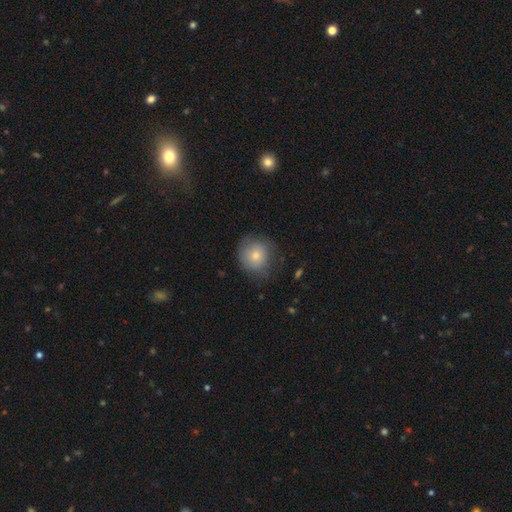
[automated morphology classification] Smooth or featured: smooth — 77% (featured or disk — 15%)
How rounded: round — 87% (in between — 12%)
Merging: none — 69% (minor disturbance — 22%)